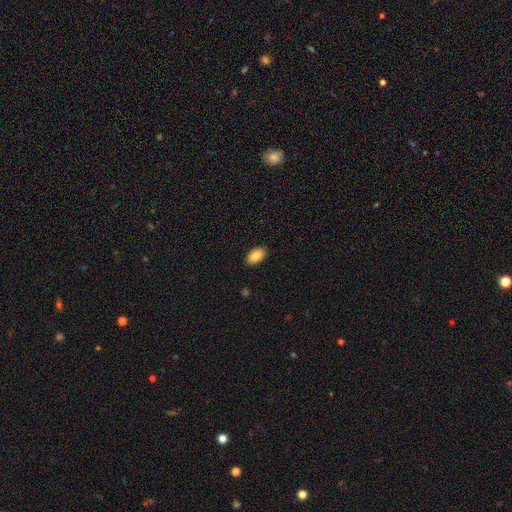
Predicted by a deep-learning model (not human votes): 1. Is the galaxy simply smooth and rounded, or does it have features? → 85% smooth, 8% featured or disk, 7% star or artifact.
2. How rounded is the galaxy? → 93% in between, 6% round, 1% cigar-shaped.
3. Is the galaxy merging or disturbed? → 89% none, 8% minor disturbance, 2% major disturbance, 1% merger.